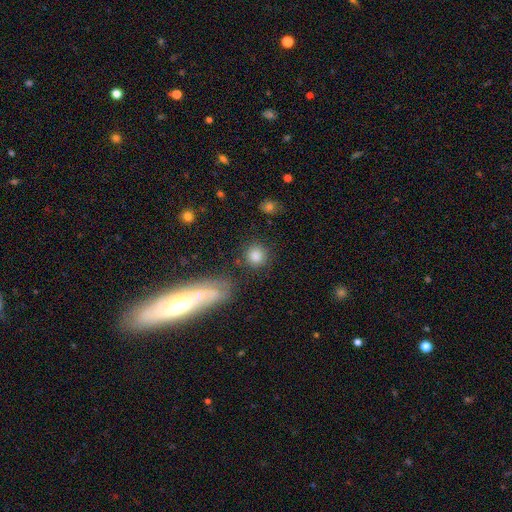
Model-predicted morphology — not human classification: Q: Smooth or featured?
A: smooth (82%); runner-up: star or artifact (11%)
Q: How rounded?
A: round (88%); runner-up: in between (10%)
Q: Merging?
A: none (78%); runner-up: minor disturbance (11%)